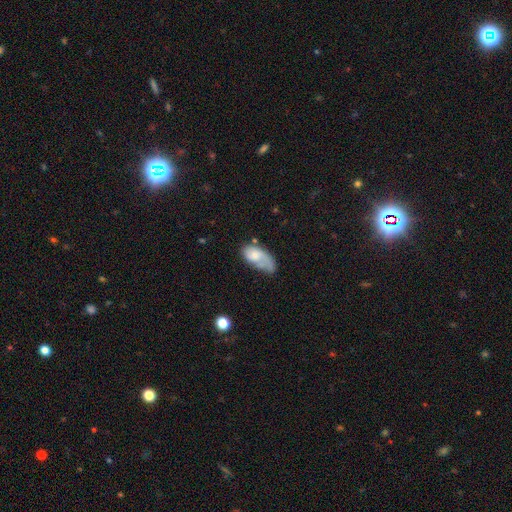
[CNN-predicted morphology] Smooth or featured?
  - smooth: 59% *
  - featured or disk: 34%
  - star or artifact: 7%
How rounded?
  - in between: 91% *
  - cigar-shaped: 5%
  - round: 4%
Merging?
  - major disturbance: 33% *
  - minor disturbance: 29%
  - none: 29%
  - merger: 10%